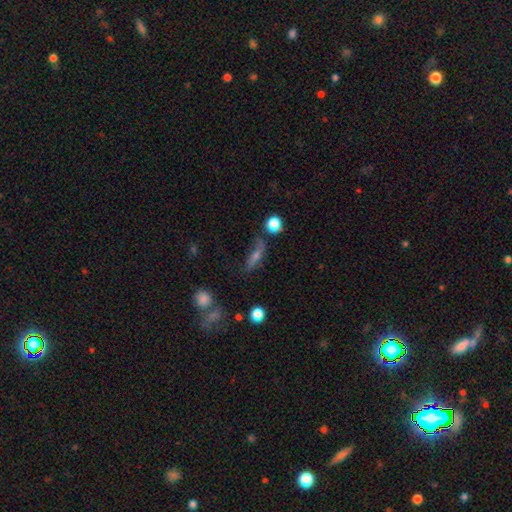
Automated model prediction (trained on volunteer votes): A featured or disk galaxy (42%). Merging: none (51%).